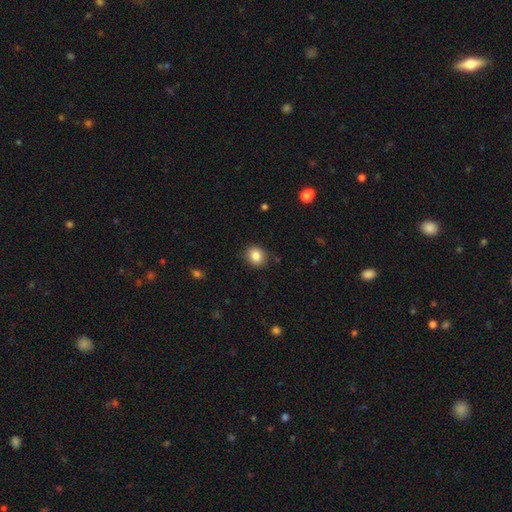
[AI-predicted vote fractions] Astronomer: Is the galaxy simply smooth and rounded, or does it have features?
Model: smooth — 85%.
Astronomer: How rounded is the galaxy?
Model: round — 65%.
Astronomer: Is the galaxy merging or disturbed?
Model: none — 86%.